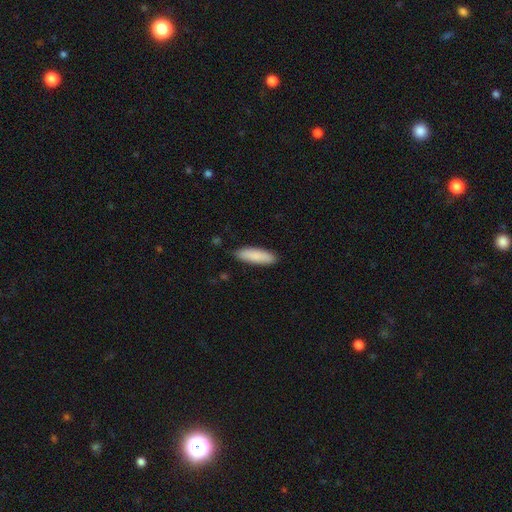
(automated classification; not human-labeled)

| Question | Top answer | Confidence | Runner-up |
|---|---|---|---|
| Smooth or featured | smooth | 88% | featured or disk (7%) |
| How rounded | cigar-shaped | 52% | in between (47%) |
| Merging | none | 86% | minor disturbance (11%) |